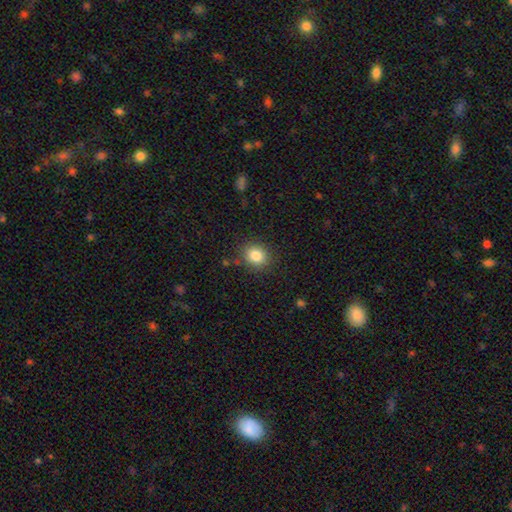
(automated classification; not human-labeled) Q: Smooth or featured?
A: smooth (84%); runner-up: star or artifact (10%)
Q: How rounded?
A: round (71%); runner-up: in between (28%)
Q: Merging?
A: none (86%); runner-up: minor disturbance (10%)